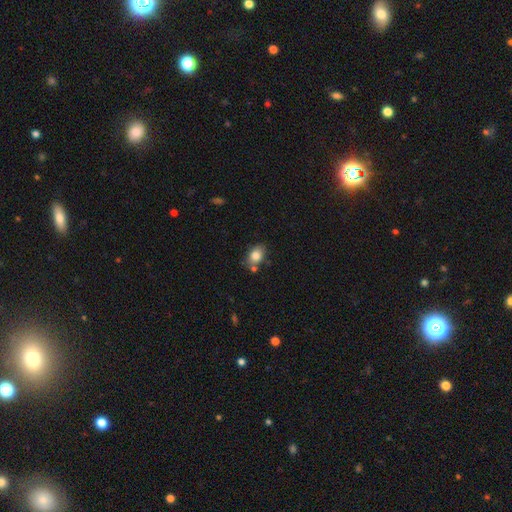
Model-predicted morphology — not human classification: Smooth or featured? smooth (83%)
How rounded? in between (73%)
Merging? none (66%)